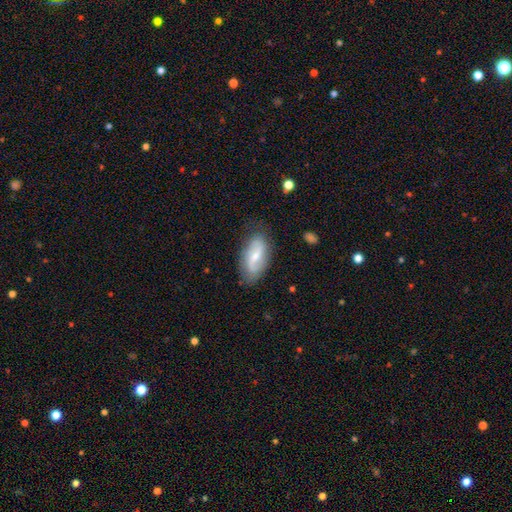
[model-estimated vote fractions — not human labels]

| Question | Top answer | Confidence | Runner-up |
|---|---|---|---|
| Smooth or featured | featured or disk | 64% | smooth (30%) |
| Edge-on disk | no | 93% | yes (7%) |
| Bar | weak | 49% | no (27%) |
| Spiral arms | yes | 85% | no (15%) |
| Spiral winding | loose | 54% | medium (32%) |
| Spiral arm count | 2 | 84% | can't tell (9%) |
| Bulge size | small | 51% | moderate (43%) |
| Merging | none | 79% | minor disturbance (15%) |